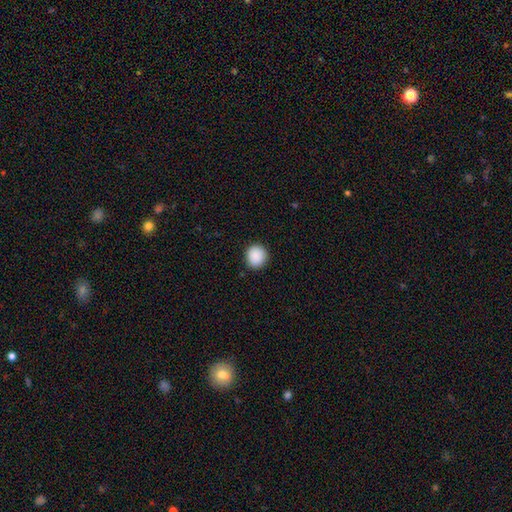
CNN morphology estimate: A smooth galaxy with no disk features (89%) that is round (86%). Merging: none (89%).